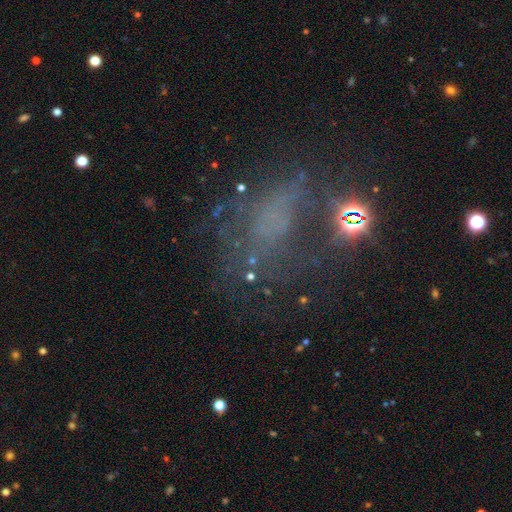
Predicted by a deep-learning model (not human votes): Morphology: type=featured or disk (37%); merging=none (41%).